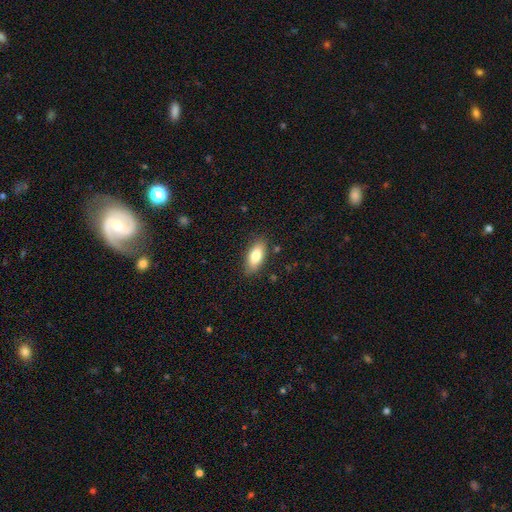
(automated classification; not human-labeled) The model was most divided on "smooth or featured": smooth: 79%, featured or disk: 14%, star or artifact: 7%. More confident: merging — none (84%); how rounded — in between (84%).